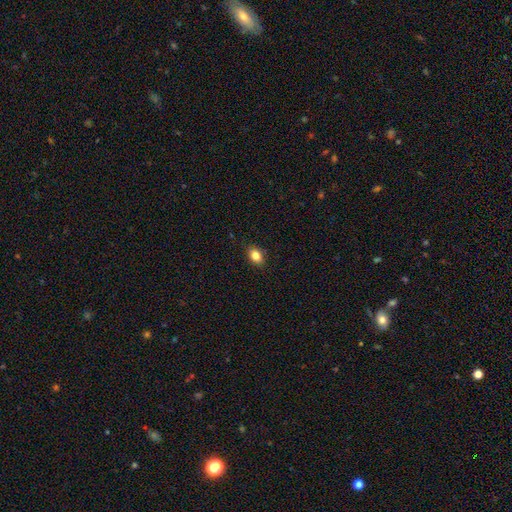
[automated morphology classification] type=smooth (83%); roundness=in between (78%); merging=none (87%).